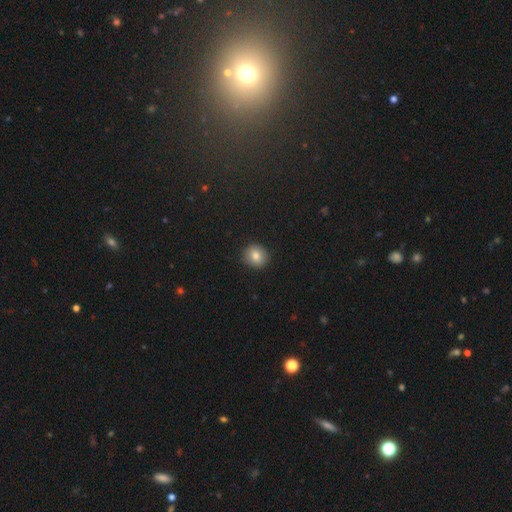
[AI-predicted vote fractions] This appears to be a smooth galaxy with no disk features (81%) that is round (85%). Merging: none (90%).